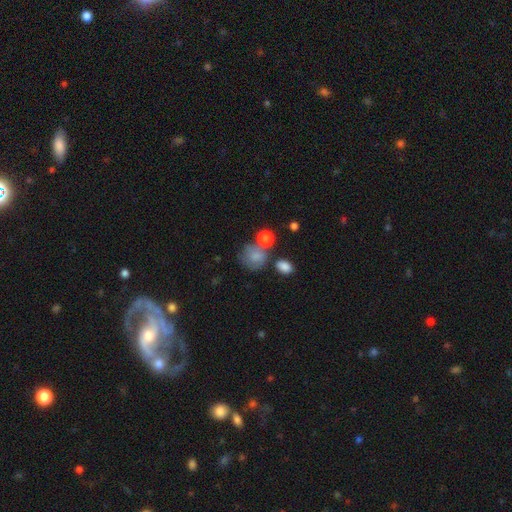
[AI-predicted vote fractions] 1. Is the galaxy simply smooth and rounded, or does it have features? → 77% smooth, 12% featured or disk, 11% star or artifact.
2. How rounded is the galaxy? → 75% round, 24% in between, 1% cigar-shaped.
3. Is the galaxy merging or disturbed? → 52% none, 20% minor disturbance, 17% merger, 11% major disturbance.